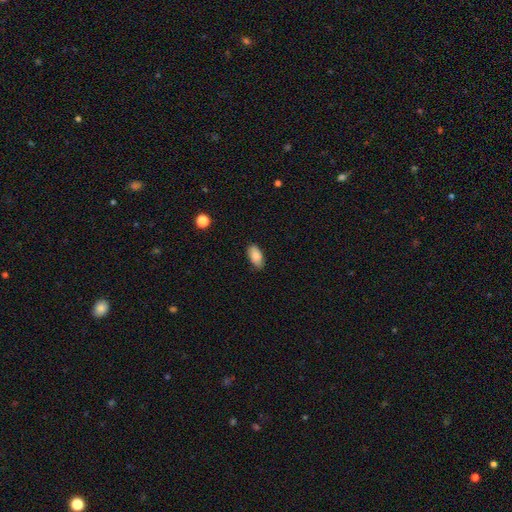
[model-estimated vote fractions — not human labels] Morphology: type=smooth (87%); roundness=in between (93%); merging=none (84%).